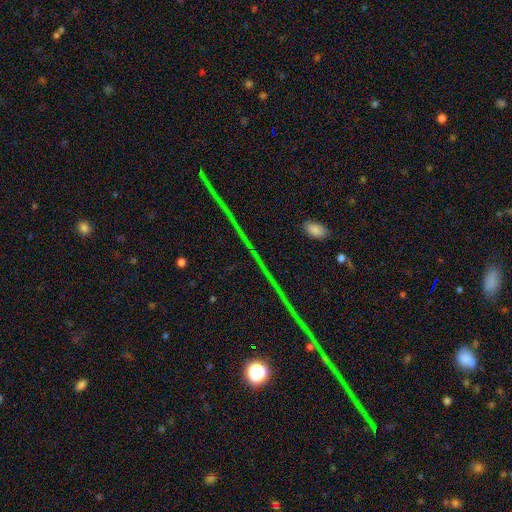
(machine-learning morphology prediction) type=star or artifact (83%).